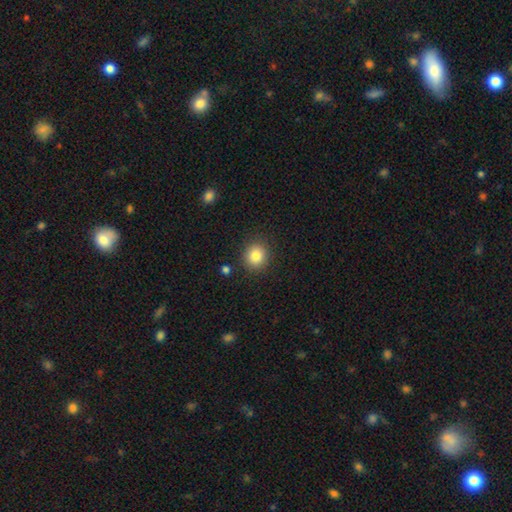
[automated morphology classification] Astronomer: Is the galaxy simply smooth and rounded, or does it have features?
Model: smooth — 84%.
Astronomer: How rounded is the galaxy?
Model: round — 85%.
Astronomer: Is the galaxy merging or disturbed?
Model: none — 88%.